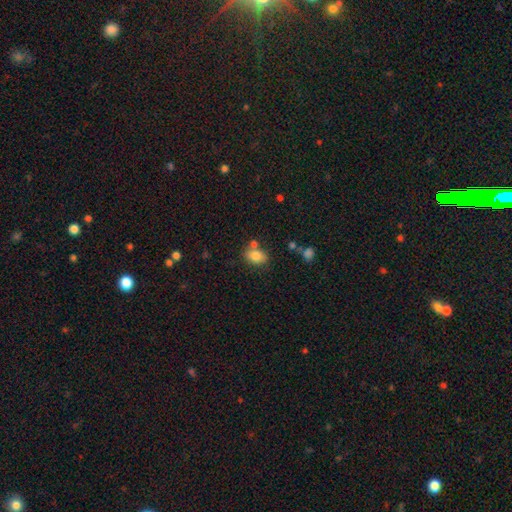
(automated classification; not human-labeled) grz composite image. It shows a smooth galaxy with no disk features (81%) that is in between round and cigar-shaped (75%). Merging: none (65%).